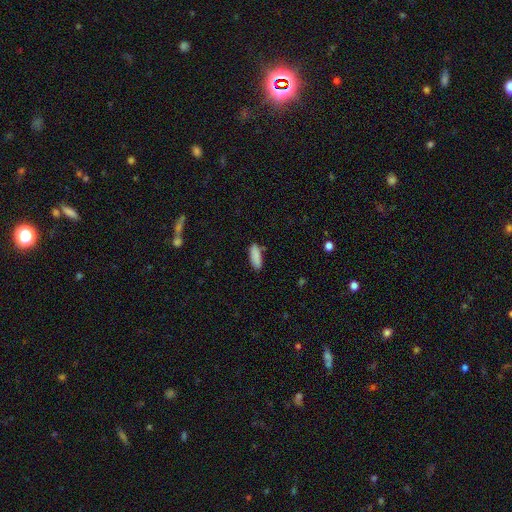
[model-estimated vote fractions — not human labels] The model was most divided on "how rounded": in between: 66%, cigar-shaped: 32%, round: 2%. More confident: smooth or featured — smooth (88%); merging — none (84%).